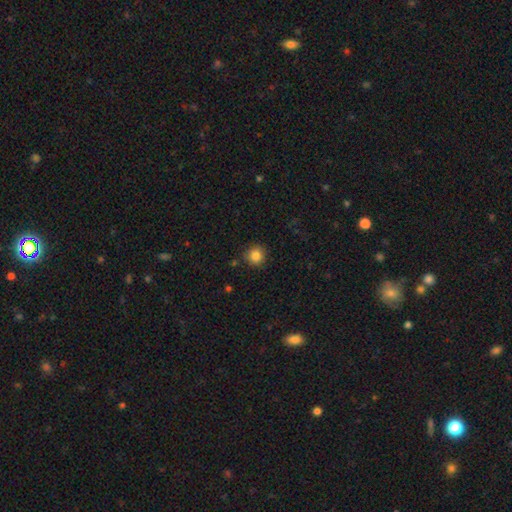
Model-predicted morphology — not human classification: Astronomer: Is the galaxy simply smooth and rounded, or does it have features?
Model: smooth — 84%.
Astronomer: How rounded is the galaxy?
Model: round — 92%.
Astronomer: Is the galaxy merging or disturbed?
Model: none — 89%.